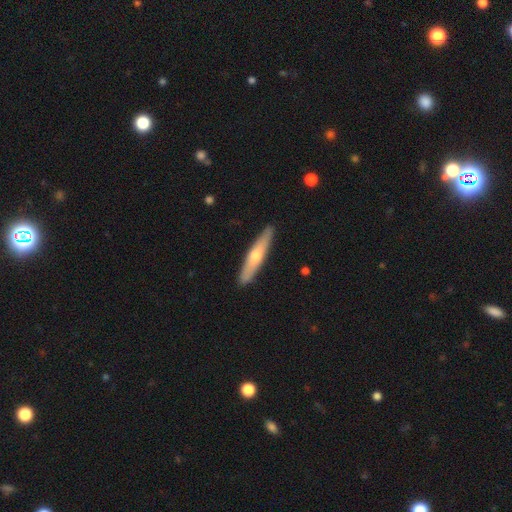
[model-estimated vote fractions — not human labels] A smooth galaxy with no disk features (49%). Merging: none (91%).